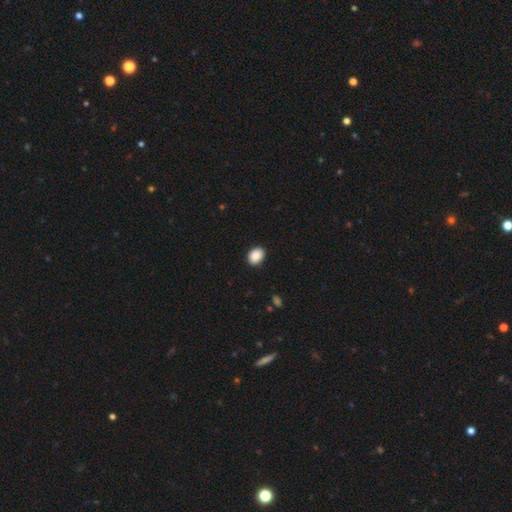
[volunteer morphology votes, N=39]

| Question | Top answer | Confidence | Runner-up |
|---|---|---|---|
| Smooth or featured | smooth | 87% | featured or disk (8%) |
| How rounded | in between | 68% | round (32%) |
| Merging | none | 84% | minor disturbance (14%) |